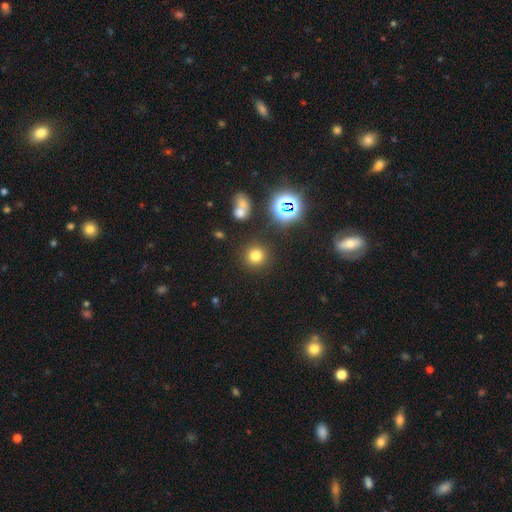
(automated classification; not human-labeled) Overall: smooth (73%). How rounded: round (93%). Merging: none (87%).